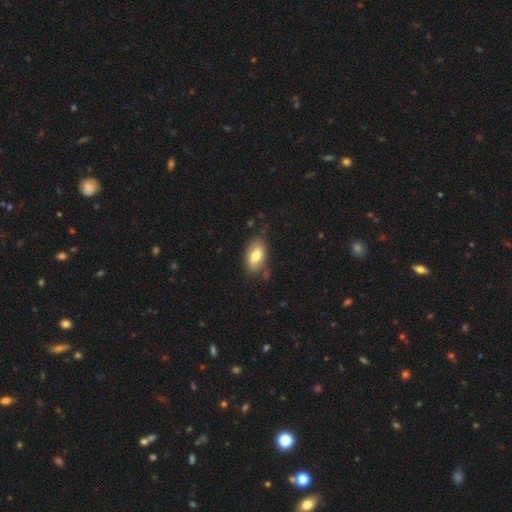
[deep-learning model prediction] Q: Smooth or featured?
A: smooth (77%); runner-up: featured or disk (16%)
Q: How rounded?
A: in between (91%); runner-up: round (6%)
Q: Merging?
A: none (73%); runner-up: minor disturbance (18%)